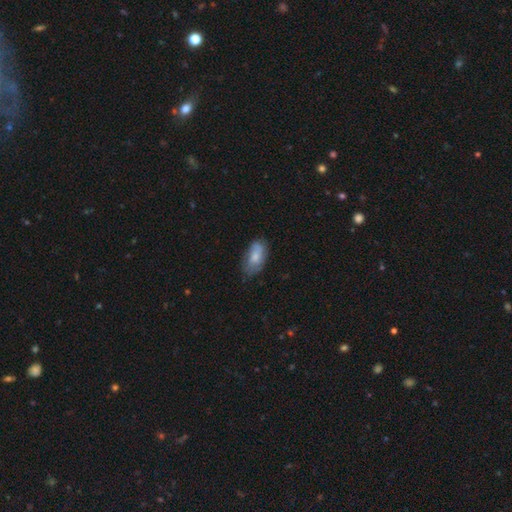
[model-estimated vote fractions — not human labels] Morphology: type=smooth (69%); roundness=in between (92%); merging=none (62%).